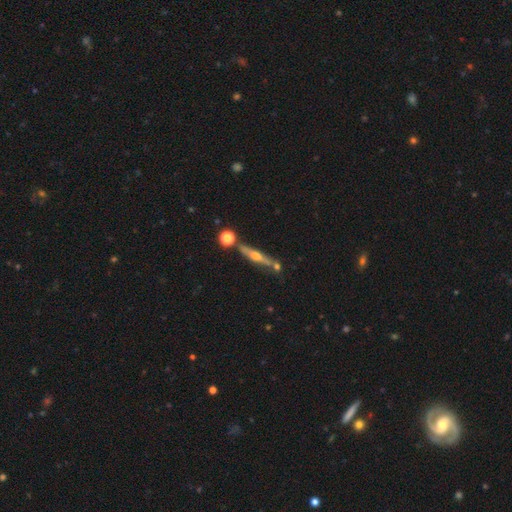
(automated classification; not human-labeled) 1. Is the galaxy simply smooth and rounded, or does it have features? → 72% featured or disk, 20% smooth, 8% star or artifact.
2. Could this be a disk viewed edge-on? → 96% yes, 4% no.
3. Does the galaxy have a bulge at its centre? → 91% rounded, 5% none, 4% boxy.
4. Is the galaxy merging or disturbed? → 76% none, 11% minor disturbance, 10% merger, 3% major disturbance.